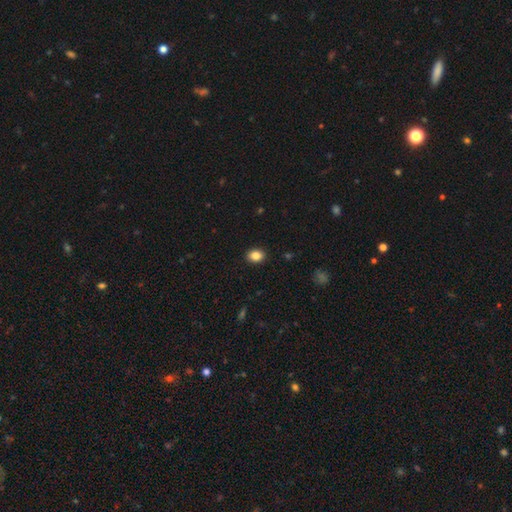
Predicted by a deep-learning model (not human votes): Smooth or featured: smooth — 86% (star or artifact — 9%)
How rounded: in between — 58% (round — 41%)
Merging: none — 90% (minor disturbance — 7%)